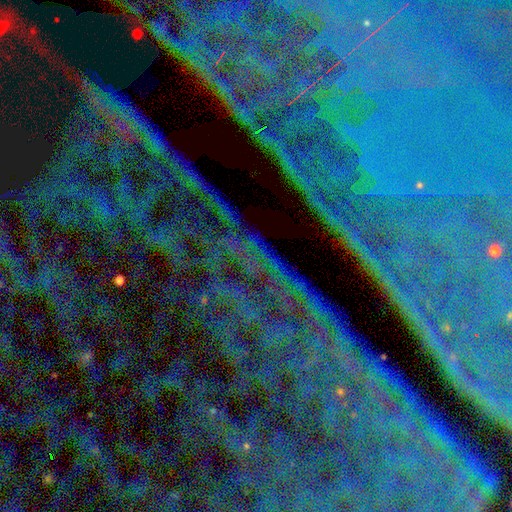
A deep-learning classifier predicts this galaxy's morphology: type=star or artifact (84%).